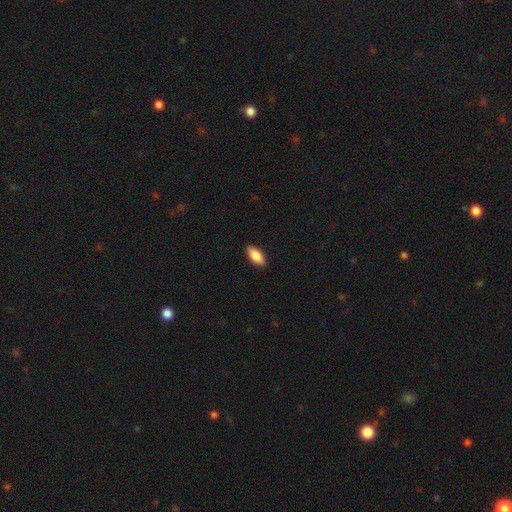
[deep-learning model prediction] Q: Smooth or featured?
A: smooth (87%); runner-up: featured or disk (7%)
Q: How rounded?
A: in between (89%); runner-up: cigar-shaped (9%)
Q: Merging?
A: none (90%); runner-up: minor disturbance (7%)